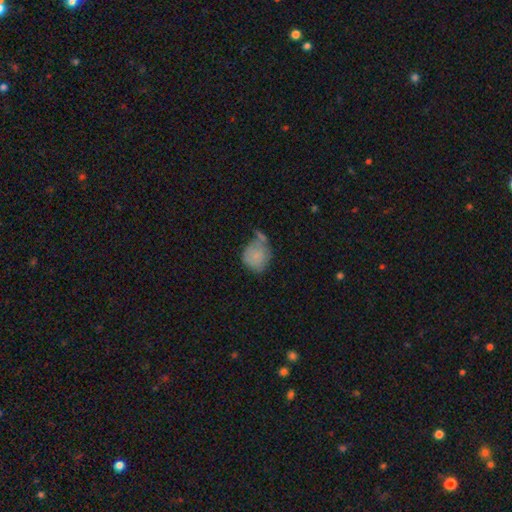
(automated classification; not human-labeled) Overall: smooth (76%). How rounded: round (71%). Merging: none (34%; minor disturbance 27%).